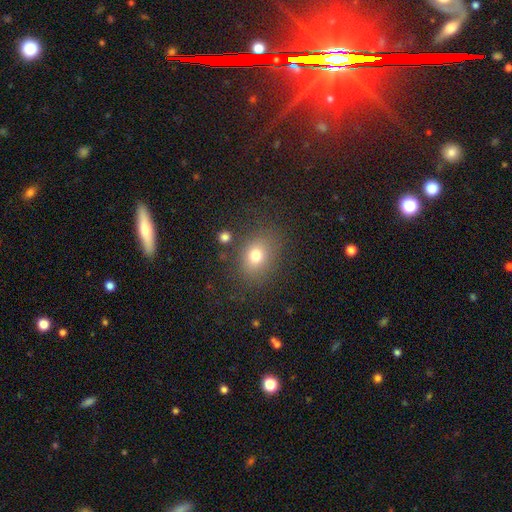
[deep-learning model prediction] Smooth or featured? smooth (76%)
How rounded? in between (54%)
Merging? none (79%)